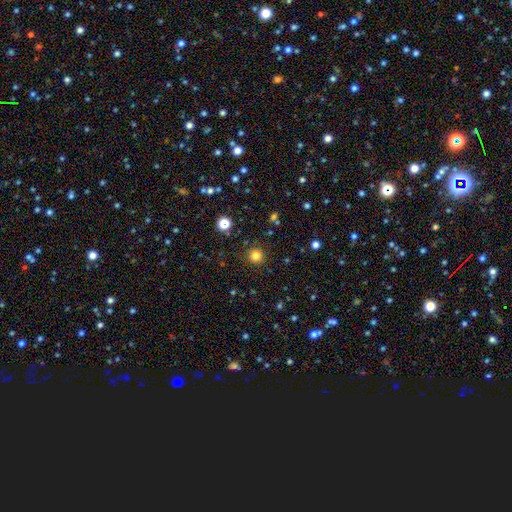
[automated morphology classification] type=smooth (81%); roundness=round (95%); merging=none (89%).